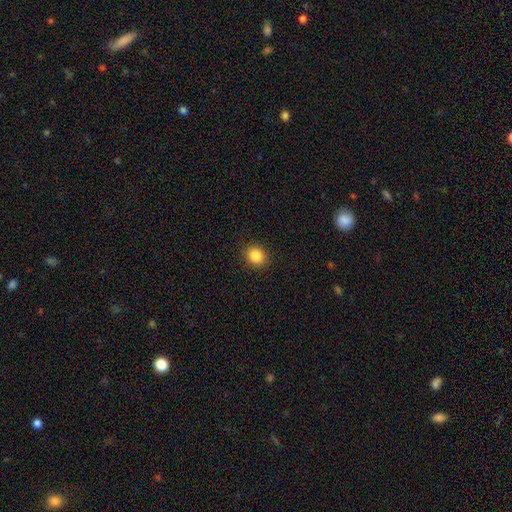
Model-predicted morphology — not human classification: Overall: smooth (86%). How rounded: round (71%). Merging: none (91%).